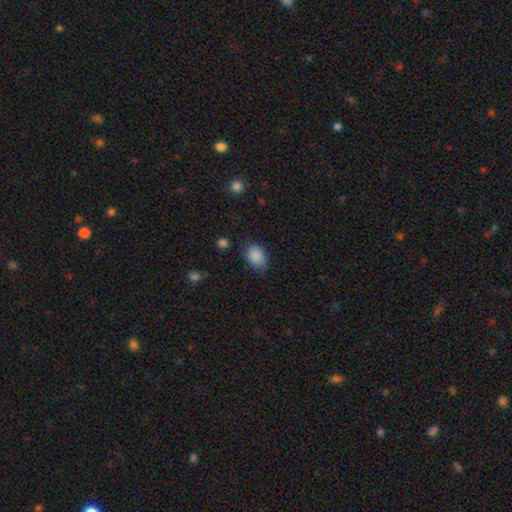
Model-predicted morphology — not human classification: This appears to be a smooth galaxy with no disk features (87%) that is in between round and cigar-shaped (73%). Merging: none (68%).